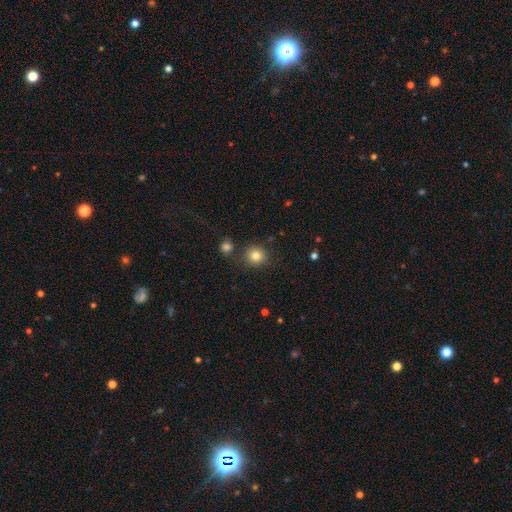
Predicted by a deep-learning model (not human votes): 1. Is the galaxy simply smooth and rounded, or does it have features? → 81% smooth, 12% star or artifact, 7% featured or disk.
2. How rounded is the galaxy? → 91% round, 8% in between, 1% cigar-shaped.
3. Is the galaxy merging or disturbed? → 80% none, 9% minor disturbance, 8% merger, 3% major disturbance.